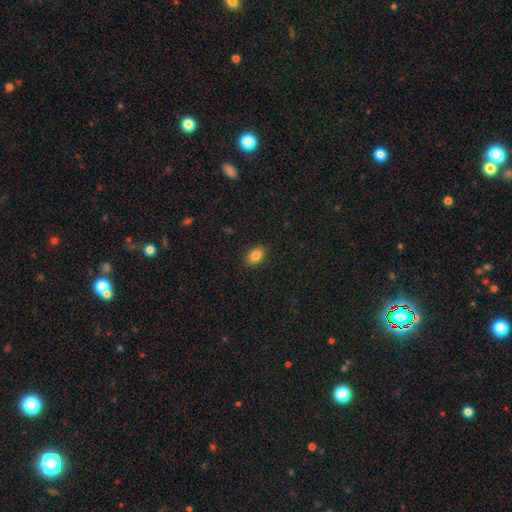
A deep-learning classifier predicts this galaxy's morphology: Smooth or featured? Predicted: smooth (p=0.84). How rounded? Predicted: in between (p=0.86). Merging? Predicted: none (p=0.87).